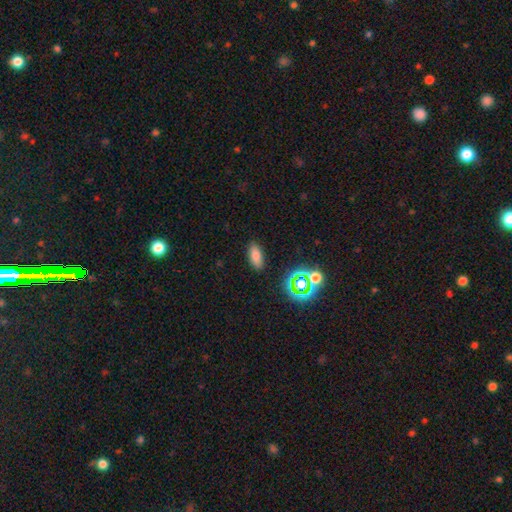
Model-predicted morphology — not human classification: smooth 76%, star or artifact 16%, featured or disk 8%. Down the decision tree: how rounded — in between (82%); merging — none (87%).